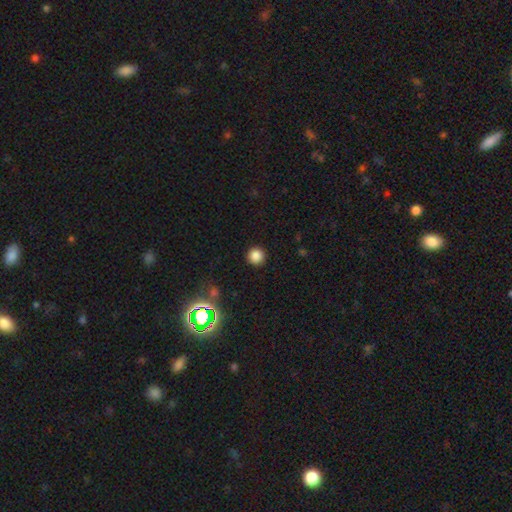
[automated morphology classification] smooth_or_featured: smooth (p=0.83) [alt: star or artifact p=0.13]
how_rounded: round (p=0.96) [alt: in between p=0.04]
merging: none (p=0.92) [alt: minor disturbance p=0.05]